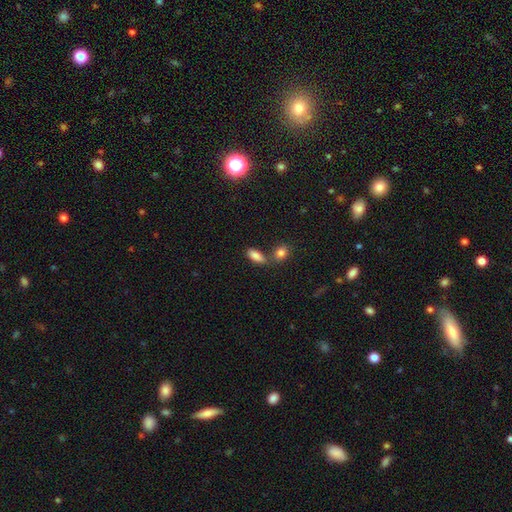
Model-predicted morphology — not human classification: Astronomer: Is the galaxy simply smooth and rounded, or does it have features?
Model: smooth — 85%.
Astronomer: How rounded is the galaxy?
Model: in between — 83%.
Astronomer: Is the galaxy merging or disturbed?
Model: none — 54%.